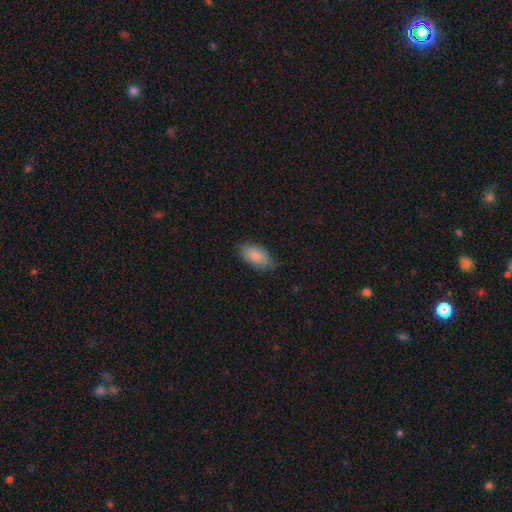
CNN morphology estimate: smooth 85%, featured or disk 9%, star or artifact 6%. Down the decision tree: how rounded — in between (93%); merging — none (74%).